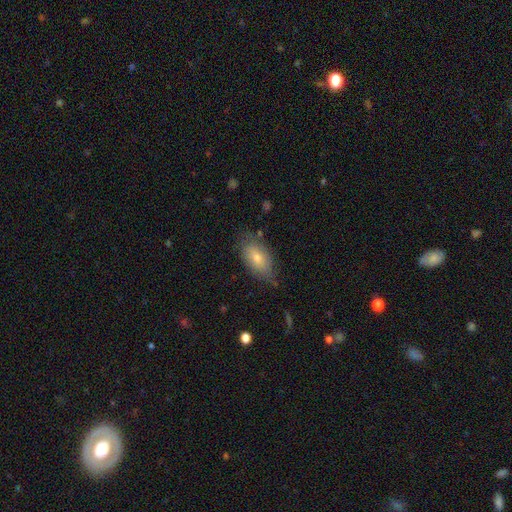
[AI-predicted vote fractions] smooth_or_featured: smooth (p=0.65) [alt: featured or disk p=0.26]
how_rounded: in between (p=0.90) [alt: round p=0.05]
merging: none (p=0.68) [alt: minor disturbance p=0.24]